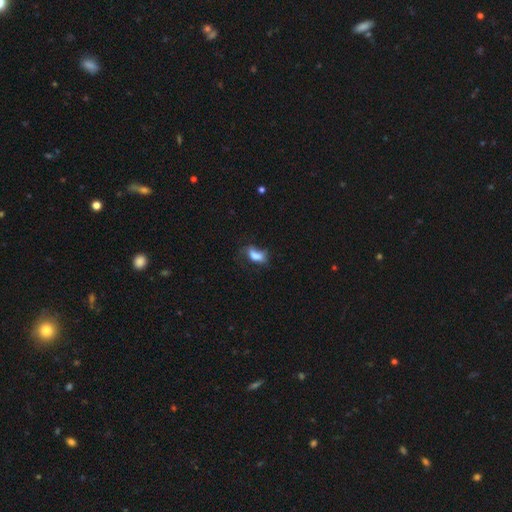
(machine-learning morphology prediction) smooth-or-featured: smooth: 71% | featured or disk: 17% | star or artifact: 12%
  how-rounded: in between: 83% | cigar-shaped: 9% | round: 8%
  merging: none: 35% | minor disturbance: 29% | major disturbance: 27% | merger: 9%